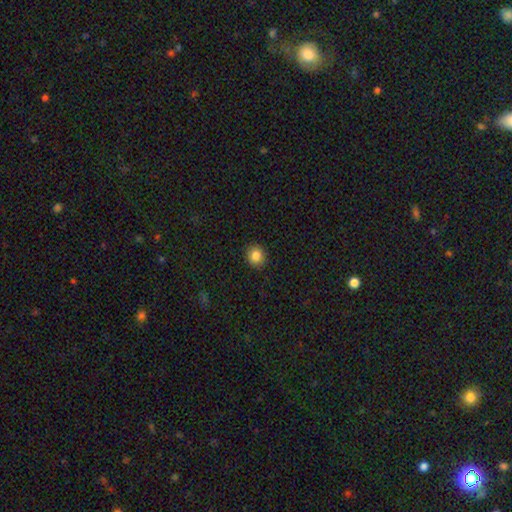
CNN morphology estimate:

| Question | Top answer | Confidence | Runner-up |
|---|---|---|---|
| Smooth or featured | smooth | 84% | star or artifact (10%) |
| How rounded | round | 83% | in between (16%) |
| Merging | none | 91% | minor disturbance (7%) |